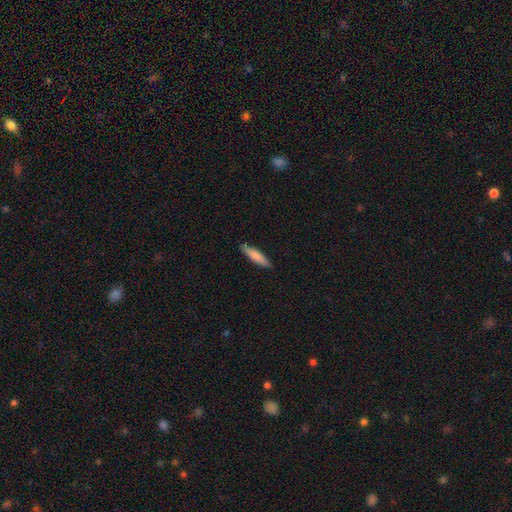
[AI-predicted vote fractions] Morphology: type=smooth (79%); roundness=cigar-shaped (83%); merging=none (87%).